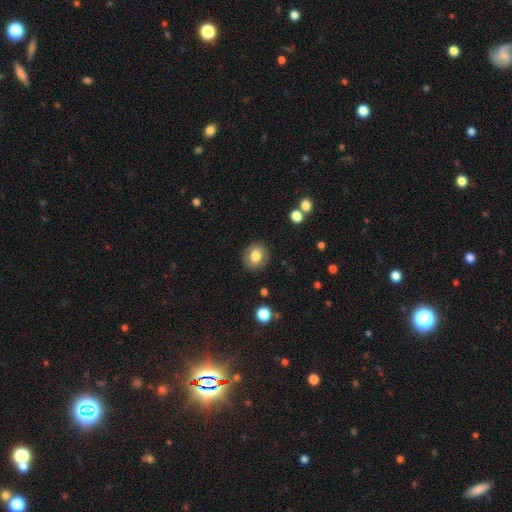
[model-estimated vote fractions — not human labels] Smooth or featured: smooth — 80% (featured or disk — 11%)
How rounded: round — 62% (in between — 37%)
Merging: none — 87% (minor disturbance — 9%)